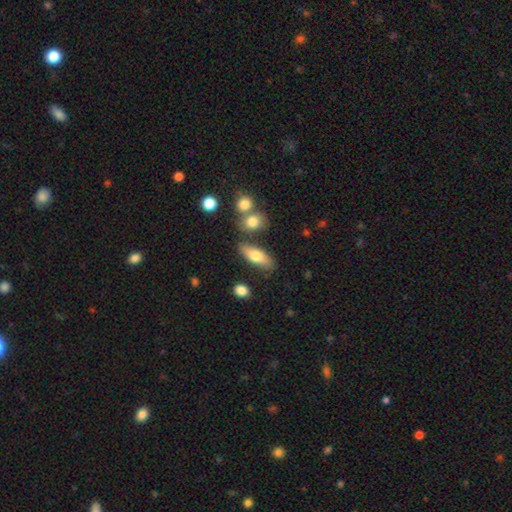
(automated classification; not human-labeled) smooth 70%, featured or disk 24%, star or artifact 7%. Down the decision tree: how rounded — in between (66%); merging — none (72%).